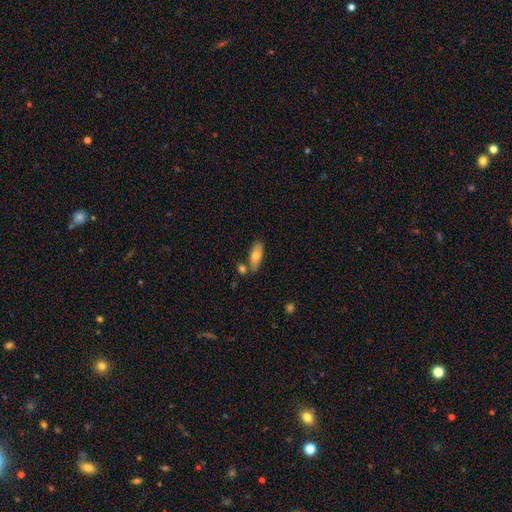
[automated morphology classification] Q: Smooth or featured?
A: smooth (73%); runner-up: featured or disk (21%)
Q: How rounded?
A: in between (77%); runner-up: cigar-shaped (20%)
Q: Merging?
A: none (69%); runner-up: merger (14%)